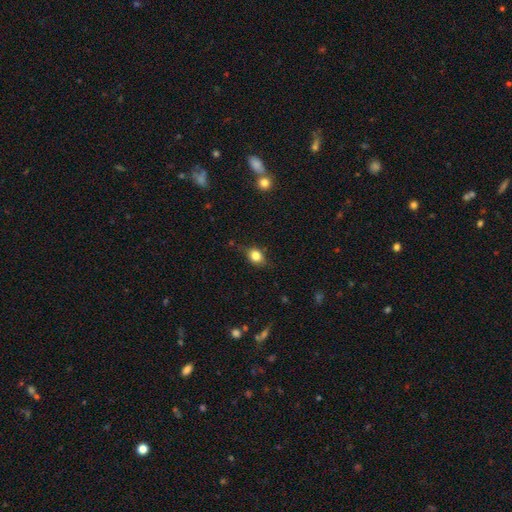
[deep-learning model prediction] This is likely a smooth galaxy (79%). How rounded: possibly round (53%). Merging: likely none (72%).